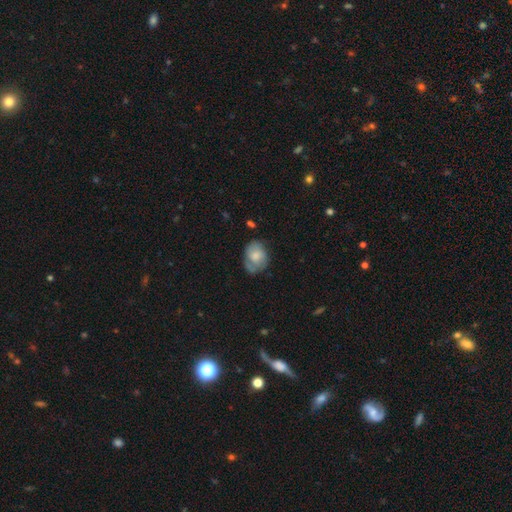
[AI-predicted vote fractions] Morphology: type=smooth (61%); roundness=in between (66%); merging=none (53%).